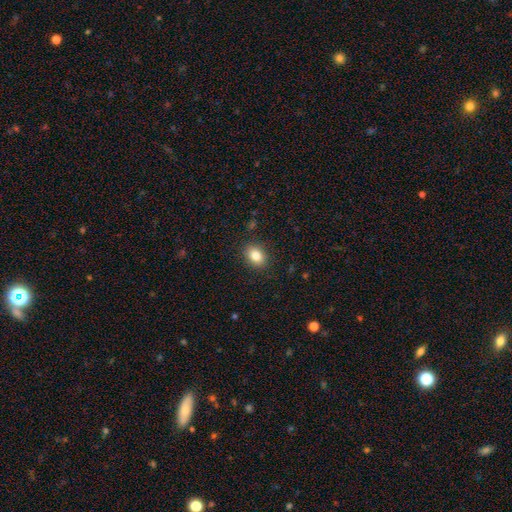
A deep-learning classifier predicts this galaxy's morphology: smooth-or-featured: smooth: 84% | star or artifact: 9% | featured or disk: 6%
  how-rounded: in between: 67% | round: 32% | cigar-shaped: 1%
  merging: none: 88% | minor disturbance: 9% | major disturbance: 2% | merger: 1%